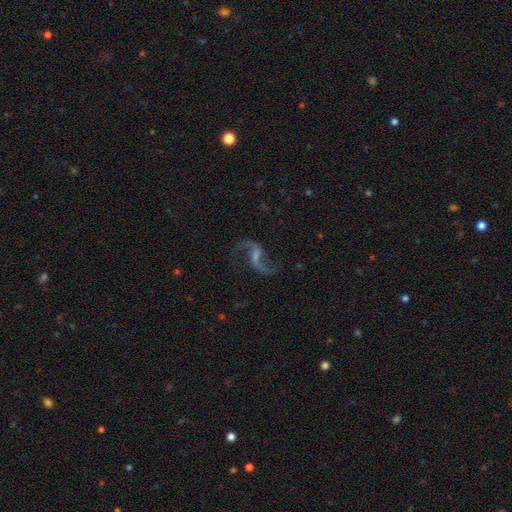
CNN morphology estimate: Smooth or featured? Predicted: featured or disk (p=0.89). Edge-on disk? Predicted: no (p=0.97). Bar? Predicted: weak (p=0.48). Spiral arms? Predicted: yes (p=0.97). Spiral winding? Predicted: loose (p=0.86). Spiral arm count? Predicted: 2 (p=0.93). Bulge size? Predicted: small (p=0.44). Merging? Predicted: none (p=0.77).